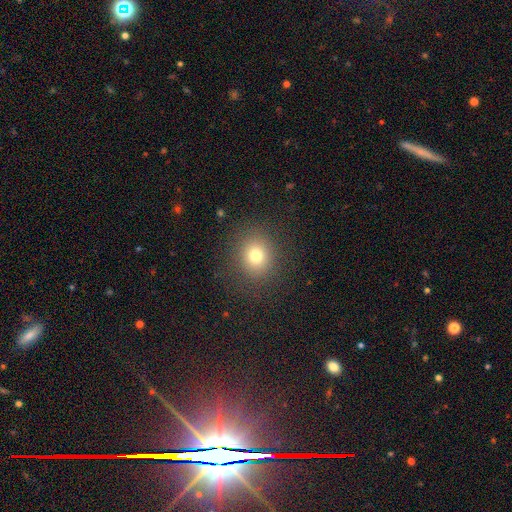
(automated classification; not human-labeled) Smooth or featured? smooth (76%)
How rounded? round (81%)
Merging? none (87%)